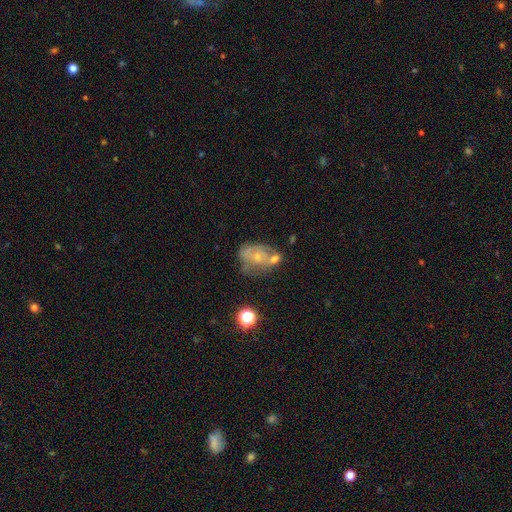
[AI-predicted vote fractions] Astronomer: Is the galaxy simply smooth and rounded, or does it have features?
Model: featured or disk — 47% (runner-up: smooth, 41%).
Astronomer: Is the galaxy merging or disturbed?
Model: merger — 35% (runner-up: none, 26%).